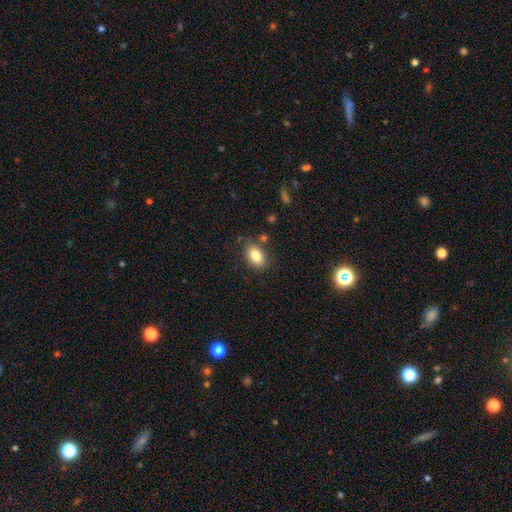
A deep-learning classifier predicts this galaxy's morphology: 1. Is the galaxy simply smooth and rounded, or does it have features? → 84% smooth, 9% star or artifact, 8% featured or disk.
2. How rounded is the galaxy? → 83% in between, 16% round, 1% cigar-shaped.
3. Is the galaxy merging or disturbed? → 79% none, 14% minor disturbance, 4% merger, 4% major disturbance.